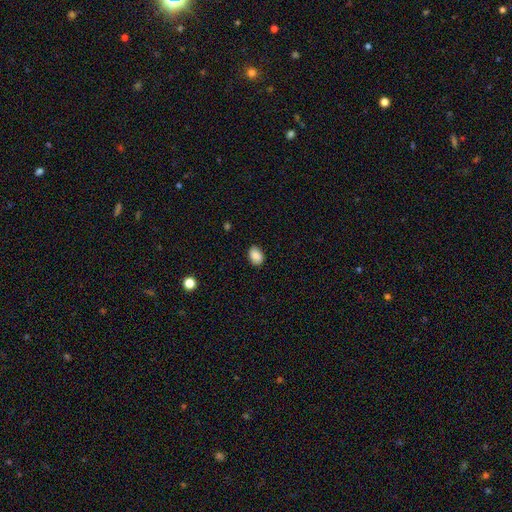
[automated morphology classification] smooth 89%, star or artifact 8%, featured or disk 4%. Down the decision tree: how rounded — in between (80%); merging — none (86%).